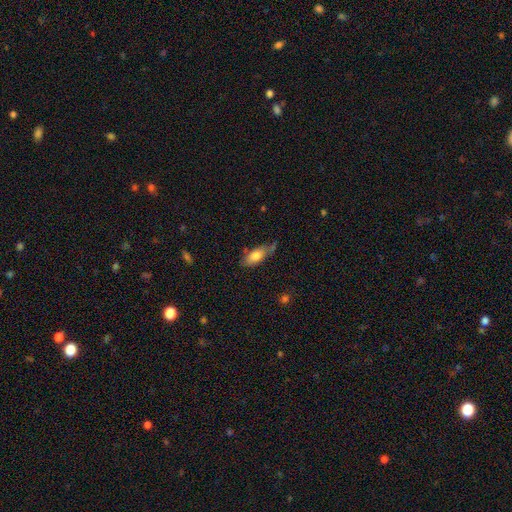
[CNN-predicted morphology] The model was most divided on "merging": none: 55%, minor disturbance: 30%, major disturbance: 8%, merger: 7%. More confident: how rounded — in between (77%); smooth or featured — smooth (76%).